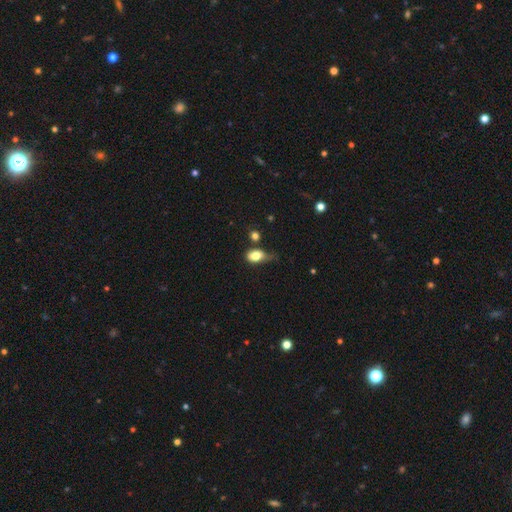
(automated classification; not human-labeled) Smooth or featured?
  - smooth: 79% *
  - featured or disk: 12%
  - star or artifact: 9%
How rounded?
  - in between: 77% *
  - round: 21%
  - cigar-shaped: 3%
Merging?
  - minor disturbance: 40% *
  - none: 29%
  - major disturbance: 21%
  - merger: 10%